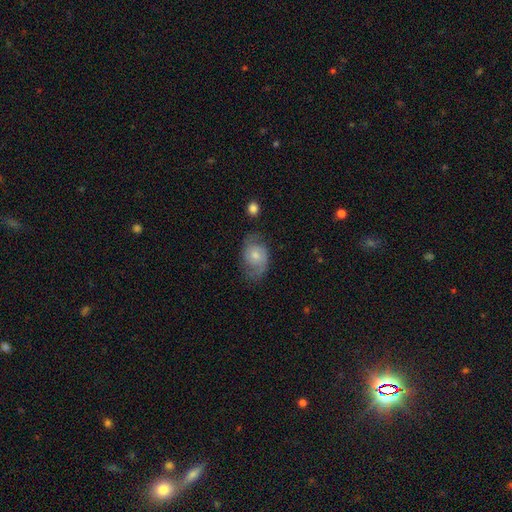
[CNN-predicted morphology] This is likely a featured or disk galaxy (65%). It is clearly not viewed edge-on (97%). Bar: likely no (67%). Spiral arm pattern: clearly yes (90%). Spiral arm count: clearly 2 (82%). Spiral winding: possibly medium (47%). Central bulge: possibly moderate (52%). Merging: likely none (65%).